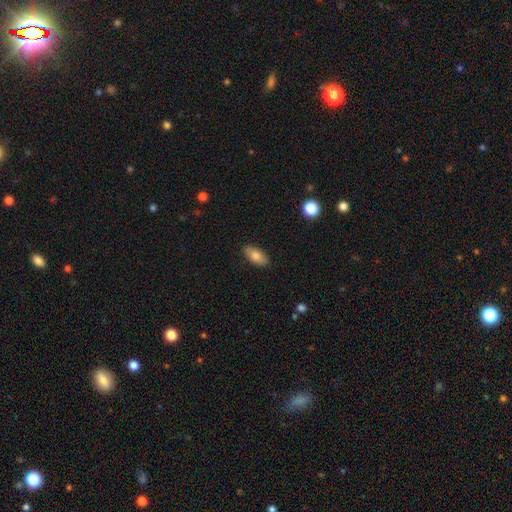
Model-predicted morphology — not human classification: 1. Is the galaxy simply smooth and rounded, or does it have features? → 79% smooth, 14% featured or disk, 7% star or artifact.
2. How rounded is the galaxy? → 90% in between, 7% cigar-shaped, 3% round.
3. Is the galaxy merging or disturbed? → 88% none, 9% minor disturbance, 2% major disturbance, 1% merger.